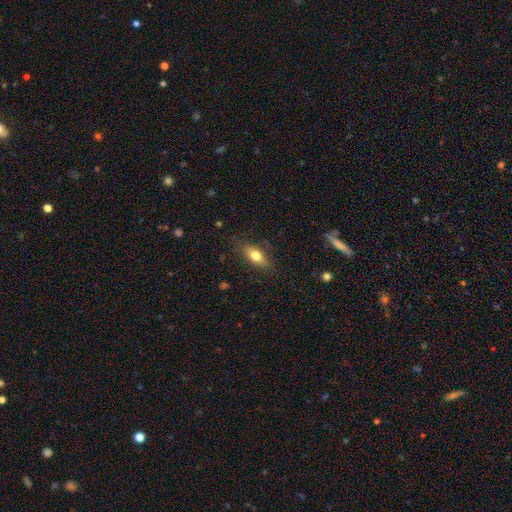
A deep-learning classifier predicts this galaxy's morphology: This is likely a smooth galaxy (75%). How rounded: likely in between (77%). Merging: clearly none (80%).